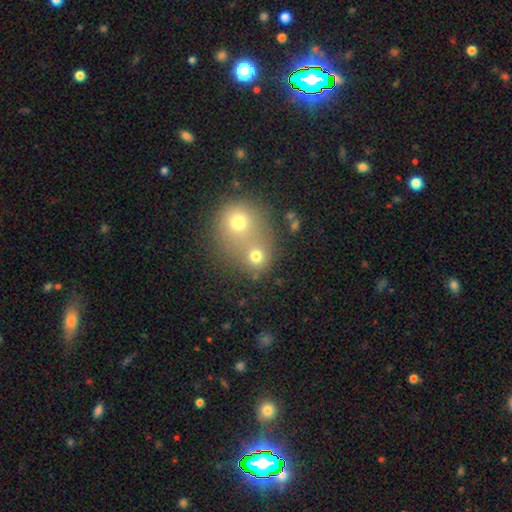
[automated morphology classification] A smooth galaxy with no disk features (71%) that is round (75%).

Vote fractions:
- Smooth or featured? smooth: 71% / star or artifact: 16% / featured or disk: 13%
- How rounded? round: 75% / in between: 24% / cigar-shaped: 1%
- Merging? merger: 59% / none: 31% / minor disturbance: 6% / major disturbance: 4%